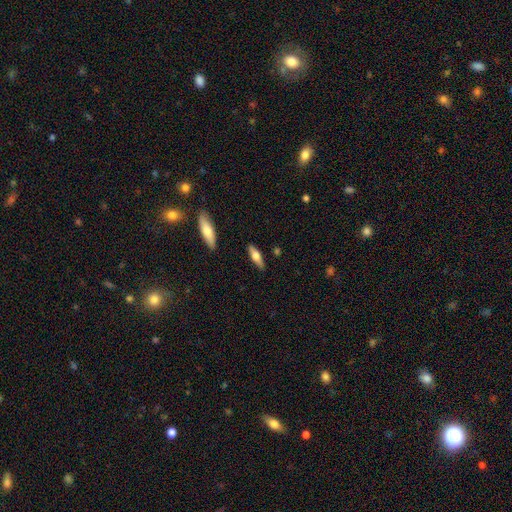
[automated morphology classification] This appears to be a smooth galaxy with no disk features (53%) that is cigar-shaped (54%). Merging: none (87%).